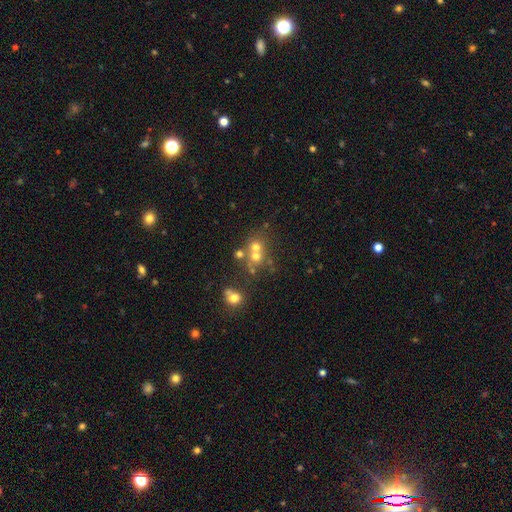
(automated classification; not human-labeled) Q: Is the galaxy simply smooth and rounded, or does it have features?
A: smooth — 60%.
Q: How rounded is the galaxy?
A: round — 83%.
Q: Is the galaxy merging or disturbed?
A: merger — 45%.